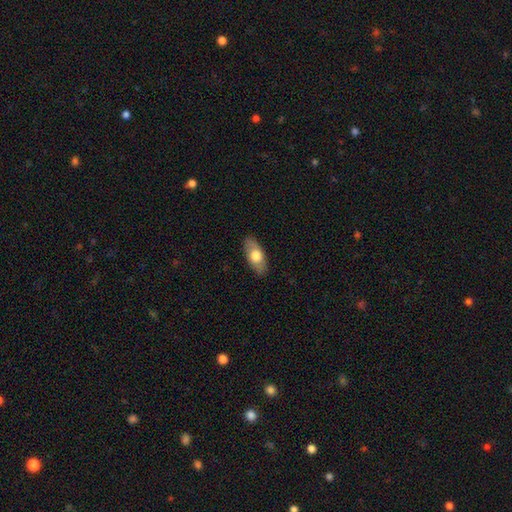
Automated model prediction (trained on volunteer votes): A smooth galaxy with no disk features (68%) that is in between round and cigar-shaped (86%). Merging: none (87%).